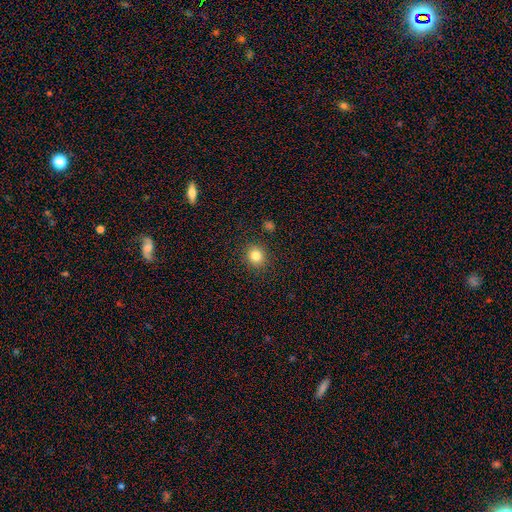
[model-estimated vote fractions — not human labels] smooth-or-featured: smooth: 82% | star or artifact: 12% | featured or disk: 7%
  how-rounded: round: 84% | in between: 15% | cigar-shaped: 1%
  merging: none: 89% | minor disturbance: 7% | major disturbance: 2% | merger: 2%